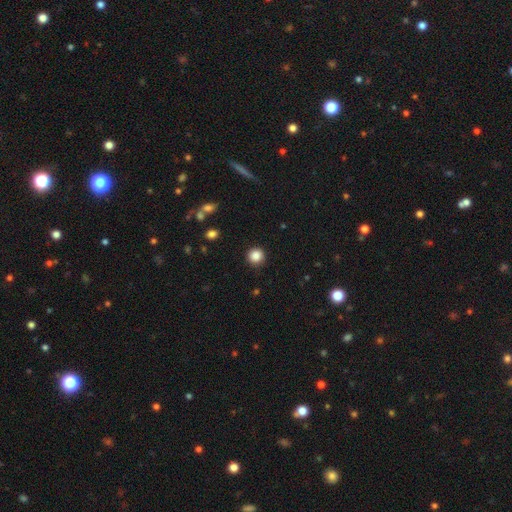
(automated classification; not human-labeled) smooth_or_featured: smooth (p=0.87) [alt: star or artifact p=0.10]
how_rounded: round (p=0.93) [alt: in between p=0.06]
merging: none (p=0.89) [alt: minor disturbance p=0.07]